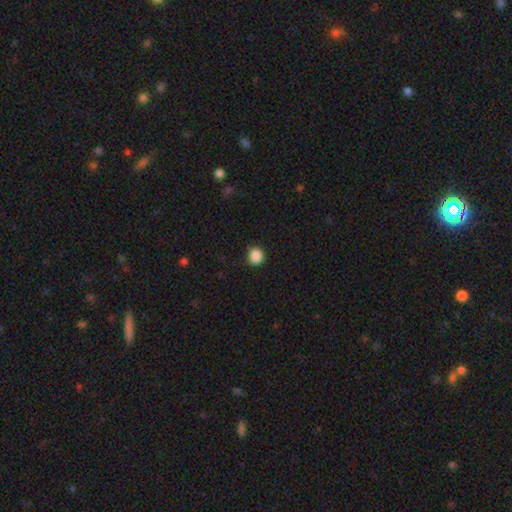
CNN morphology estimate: The model was most divided on "how rounded": round: 85%, in between: 14%, cigar-shaped: 1%. More confident: smooth or featured — smooth (87%); merging — none (85%).